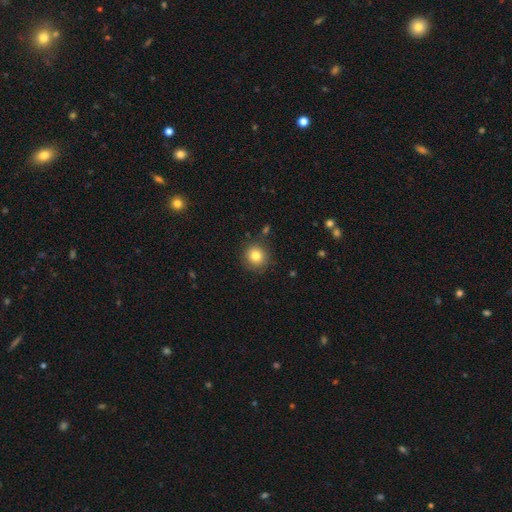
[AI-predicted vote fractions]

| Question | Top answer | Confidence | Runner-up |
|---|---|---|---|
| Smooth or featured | smooth | 81% | star or artifact (11%) |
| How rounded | round | 92% | in between (7%) |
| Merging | none | 87% | minor disturbance (8%) |